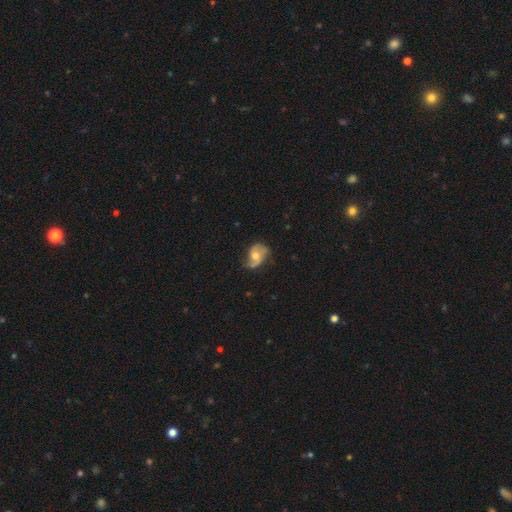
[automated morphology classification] This appears to be a featured or disk galaxy (60%) with no bar (64%), spiral arms (84%) and a moderate central bulge (65%). Merging: none (54%).